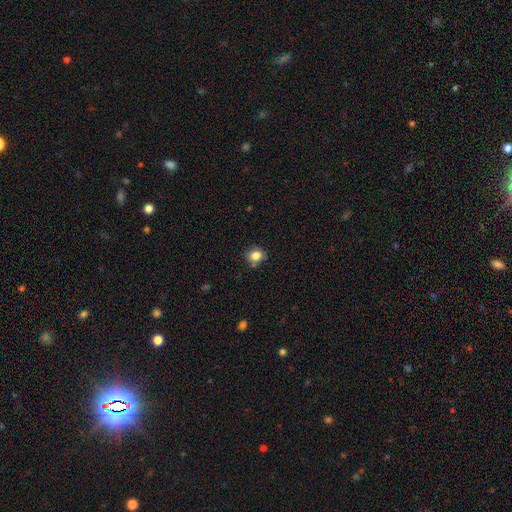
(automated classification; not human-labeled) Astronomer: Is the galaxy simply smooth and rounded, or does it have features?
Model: smooth — 82%.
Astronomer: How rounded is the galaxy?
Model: round — 69%.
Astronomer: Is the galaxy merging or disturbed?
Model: none — 74%.